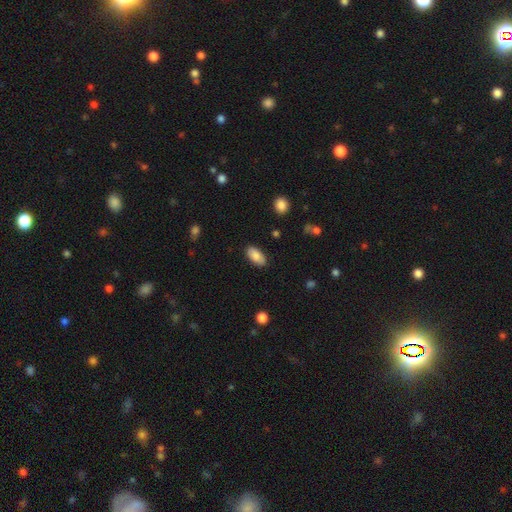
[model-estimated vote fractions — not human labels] smooth 86%, featured or disk 8%, star or artifact 7%. Down the decision tree: how rounded — in between (92%); merging — none (87%).